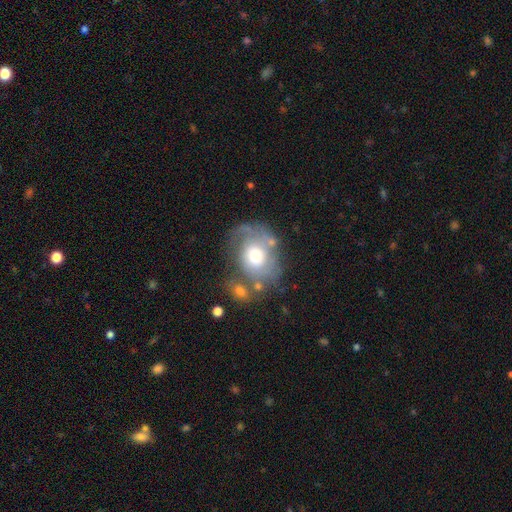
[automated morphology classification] Smooth or featured?
  - featured or disk: 54% *
  - smooth: 38%
  - star or artifact: 7%
Edge-on disk?
  - no: 97% *
  - yes: 3%
Bar?
  - no: 80% *
  - weak: 17%
  - strong: 3%
Spiral arms?
  - yes: 66% *
  - no: 34%
Bulge size?
  - moderate: 62% *
  - large: 23%
  - small: 11%
  - dominant: 2%
  - none: 1%
Merging?
  - none: 50% *
  - minor disturbance: 23%
  - major disturbance: 16%
  - merger: 11%